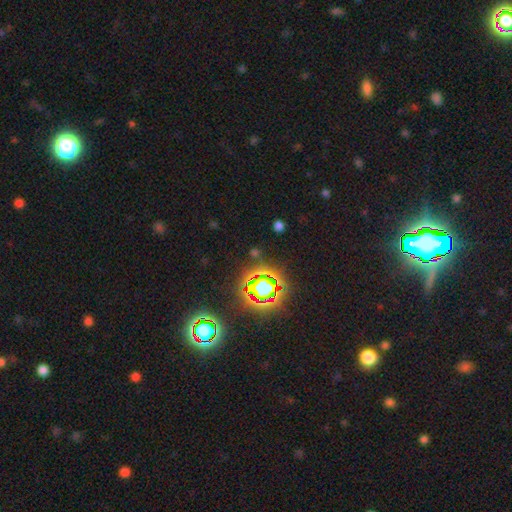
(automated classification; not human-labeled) Q: Smooth or featured?
A: star or artifact (75%); runner-up: smooth (16%)